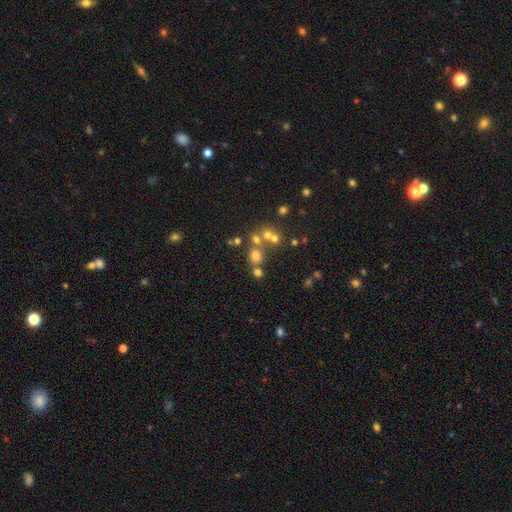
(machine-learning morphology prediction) This appears to be a smooth galaxy with no disk features (58%) that is round (82%). Merging: none (57%).